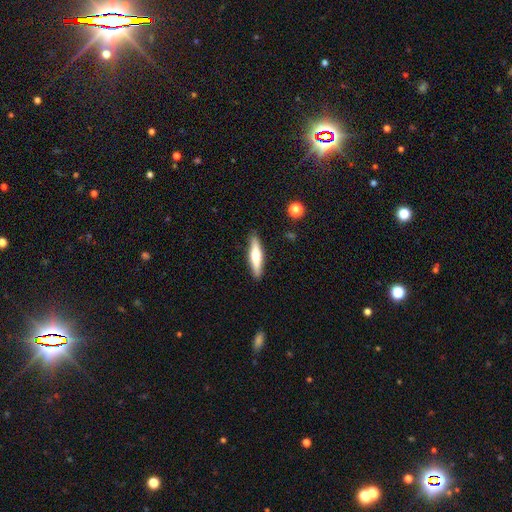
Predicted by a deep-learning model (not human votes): Q: Smooth or featured?
A: smooth (53%); runner-up: featured or disk (41%)
Q: How rounded?
A: cigar-shaped (80%); runner-up: in between (18%)
Q: Merging?
A: none (89%); runner-up: minor disturbance (8%)